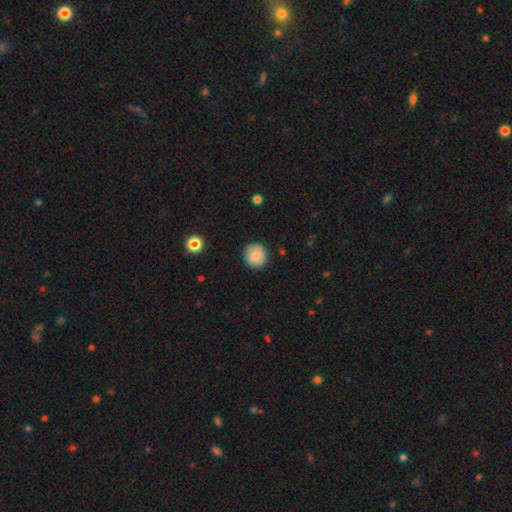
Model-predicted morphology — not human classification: Smooth or featured: smooth — 81% (featured or disk — 12%)
How rounded: round — 92% (in between — 7%)
Merging: none — 86% (minor disturbance — 10%)